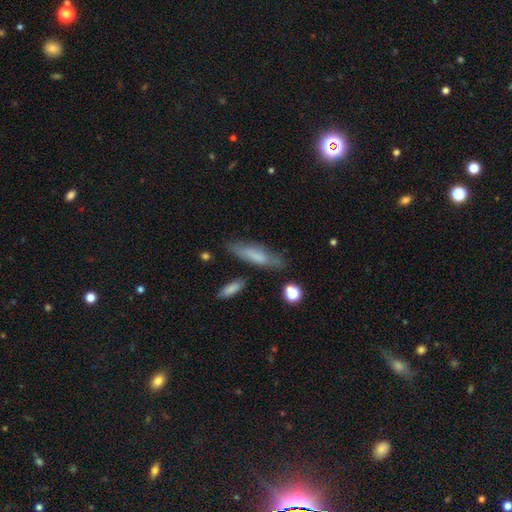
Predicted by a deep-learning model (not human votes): A smooth galaxy with no disk features (66%) that is cigar-shaped (72%).

Vote fractions:
- Smooth or featured? smooth: 66% / featured or disk: 26% / star or artifact: 8%
- How rounded? cigar-shaped: 72% / in between: 26% / round: 2%
- Merging? none: 73% / minor disturbance: 18% / major disturbance: 5% / merger: 4%